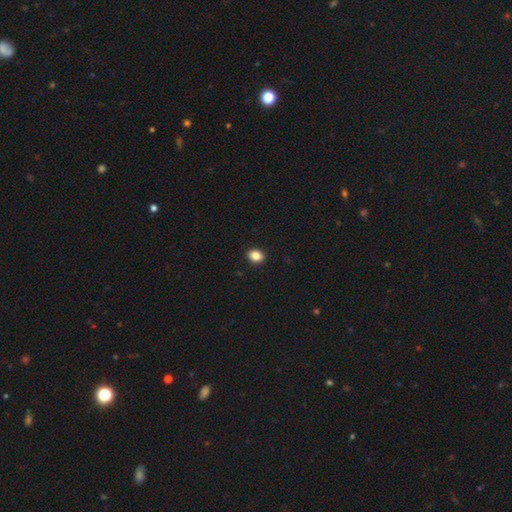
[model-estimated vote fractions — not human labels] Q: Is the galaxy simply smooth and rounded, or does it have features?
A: smooth — 87%.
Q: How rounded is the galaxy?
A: in between — 56%.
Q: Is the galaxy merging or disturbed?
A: none — 92%.